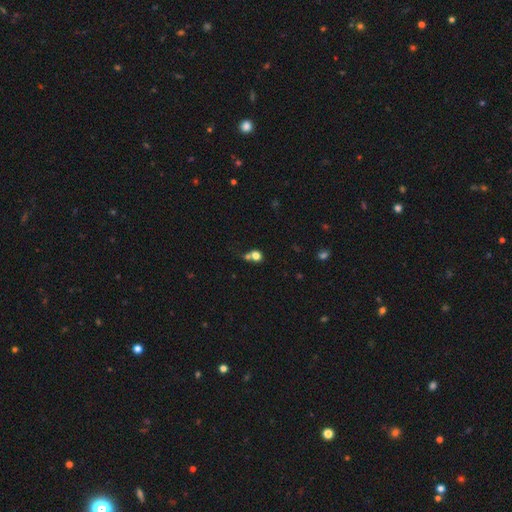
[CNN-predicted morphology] This is likely a smooth galaxy (75%). How rounded: likely round (77%). Merging: possibly none (46%).